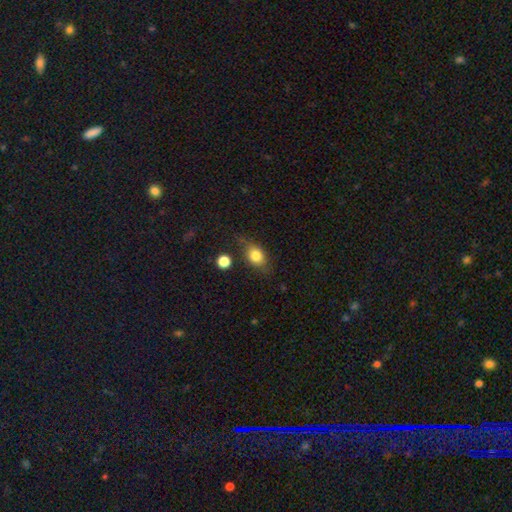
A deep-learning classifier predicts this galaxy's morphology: smooth_or_featured: smooth (p=0.79) [alt: featured or disk p=0.12]
how_rounded: in between (p=0.62) [alt: round p=0.35]
merging: none (p=0.63) [alt: minor disturbance p=0.24]